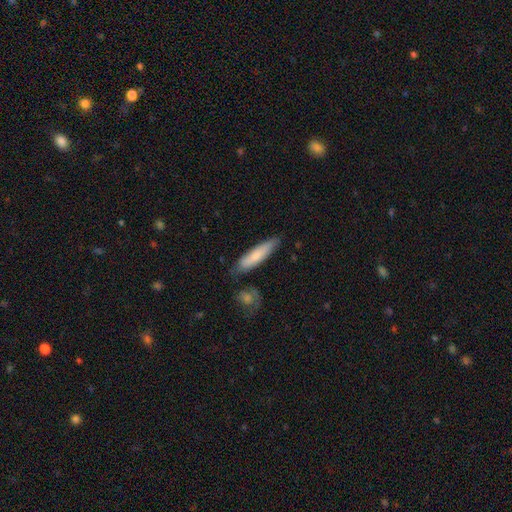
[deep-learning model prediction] smooth_or_featured: smooth (p=0.73) [alt: featured or disk p=0.21]
how_rounded: cigar-shaped (p=0.75) [alt: in between p=0.24]
merging: none (p=0.74) [alt: minor disturbance p=0.18]